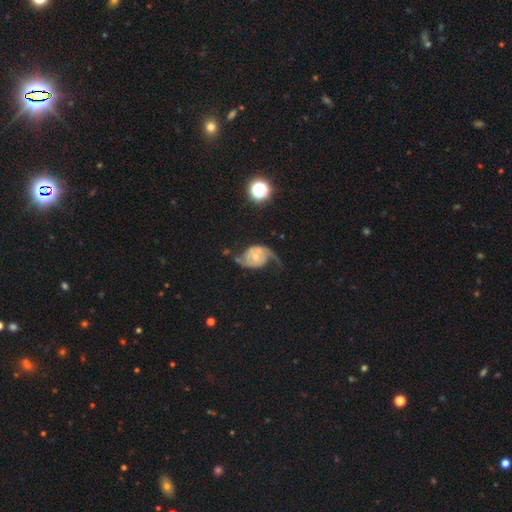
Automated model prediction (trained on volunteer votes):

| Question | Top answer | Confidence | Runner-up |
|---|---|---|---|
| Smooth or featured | featured or disk | 83% | smooth (10%) |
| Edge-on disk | no | 97% | yes (3%) |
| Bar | no | 67% | weak (27%) |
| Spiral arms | yes | 94% | no (6%) |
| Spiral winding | loose | 47% | medium (36%) |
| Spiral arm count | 2 | 88% | 1 (5%) |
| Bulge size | small | 48% | moderate (44%) |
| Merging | none | 52% | minor disturbance (22%) |